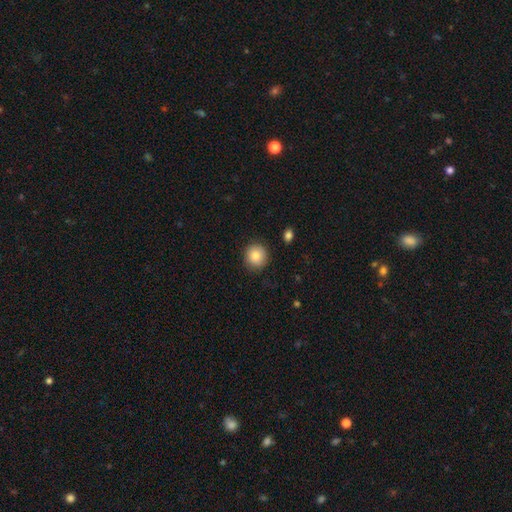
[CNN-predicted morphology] Overall: smooth (85%). How rounded: round (89%). Merging: none (87%).